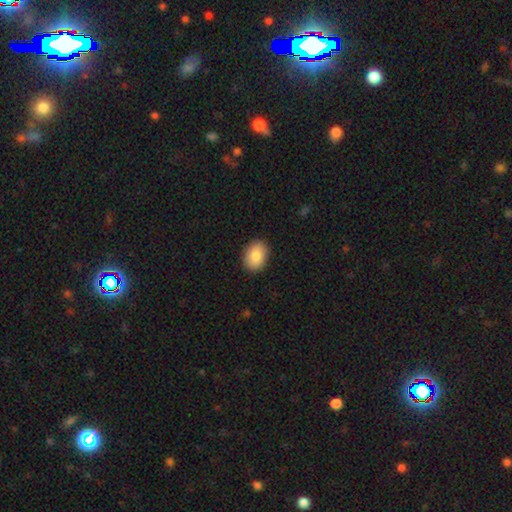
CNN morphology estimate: smooth_or_featured: smooth (p=0.87) [alt: featured or disk p=0.07]
how_rounded: in between (p=0.77) [alt: round p=0.22]
merging: none (p=0.89) [alt: minor disturbance p=0.08]